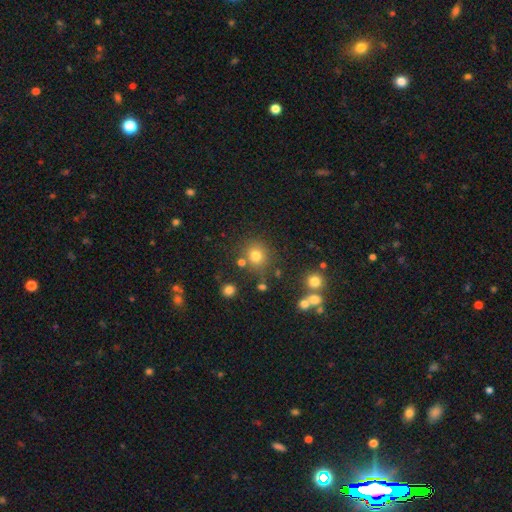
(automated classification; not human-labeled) Q: Smooth or featured?
A: smooth (76%); runner-up: star or artifact (16%)
Q: How rounded?
A: round (88%); runner-up: in between (11%)
Q: Merging?
A: none (77%); runner-up: minor disturbance (10%)